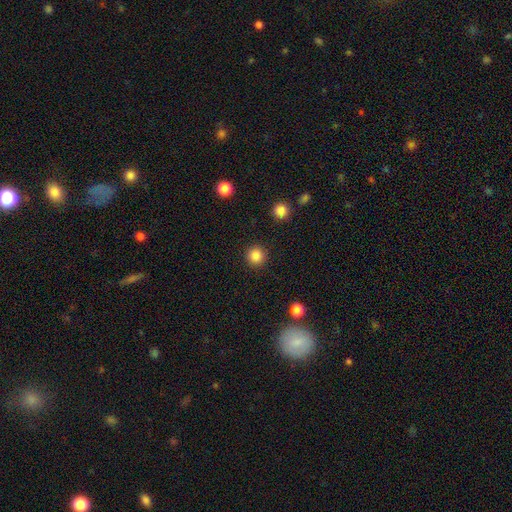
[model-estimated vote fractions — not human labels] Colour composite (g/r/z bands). It shows a smooth galaxy with no disk features (85%) that is round (95%). Merging: none (92%).